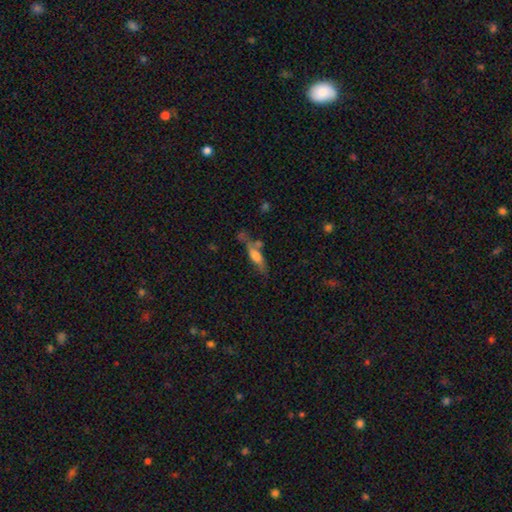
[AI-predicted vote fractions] This is possibly a smooth galaxy (49%). Merging: possibly none (51%).